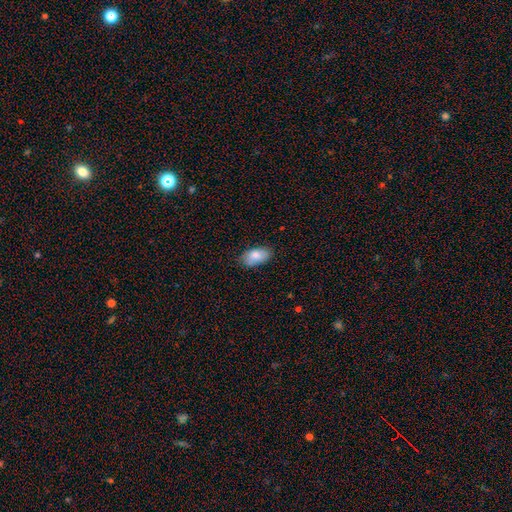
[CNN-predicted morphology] Smooth or featured? Predicted: smooth (p=0.84). How rounded? Predicted: in between (p=0.94). Merging? Predicted: none (p=0.78).